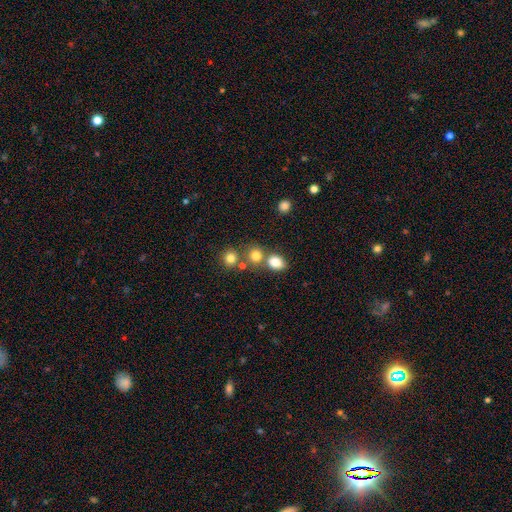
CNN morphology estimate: A smooth galaxy with no disk features (77%) that is round (77%). Merging: none (58%).